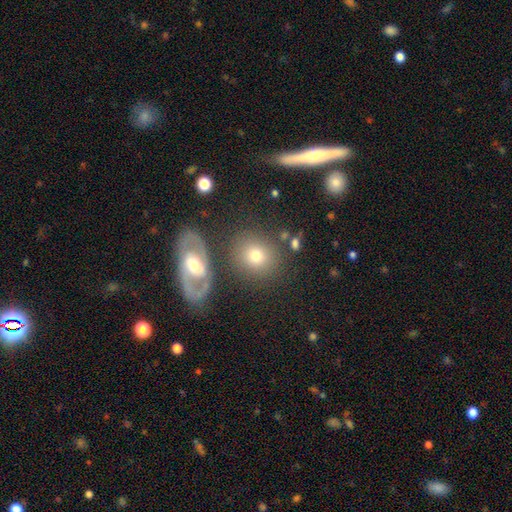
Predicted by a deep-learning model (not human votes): smooth 65%, featured or disk 23%, star or artifact 12%. Down the decision tree: how rounded — round (74%); merging — none (75%).